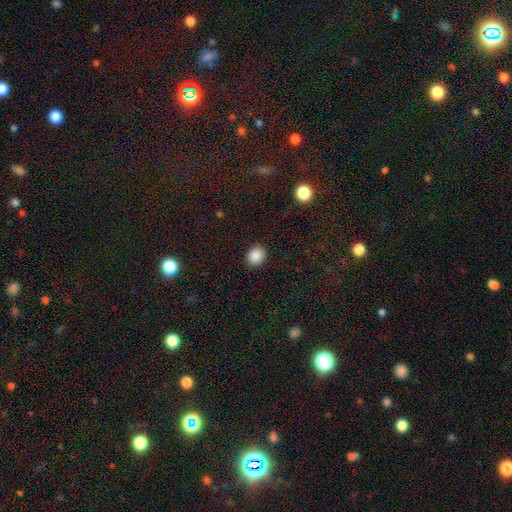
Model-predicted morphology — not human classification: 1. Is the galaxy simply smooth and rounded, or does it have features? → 88% smooth, 9% star or artifact, 3% featured or disk.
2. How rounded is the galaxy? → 58% round, 41% in between, 1% cigar-shaped.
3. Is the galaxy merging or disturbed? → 90% none, 7% minor disturbance, 2% major disturbance, 1% merger.